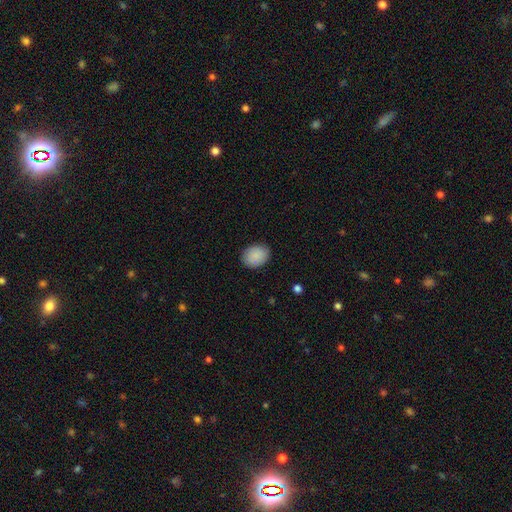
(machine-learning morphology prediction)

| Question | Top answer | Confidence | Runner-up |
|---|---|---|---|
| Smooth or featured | smooth | 88% | star or artifact (7%) |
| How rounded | in between | 61% | round (38%) |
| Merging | none | 86% | minor disturbance (11%) |